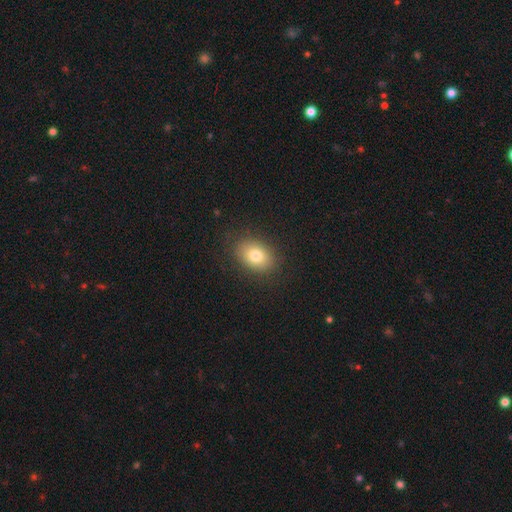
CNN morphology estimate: The model was most divided on "how rounded": in between: 75%, round: 24%, cigar-shaped: 1%. More confident: merging — none (86%); smooth or featured — smooth (78%).